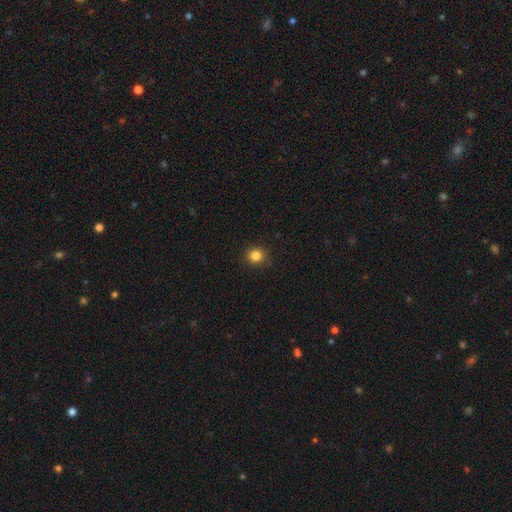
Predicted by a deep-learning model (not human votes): Overall: smooth (83%). How rounded: round (91%). Merging: none (91%).